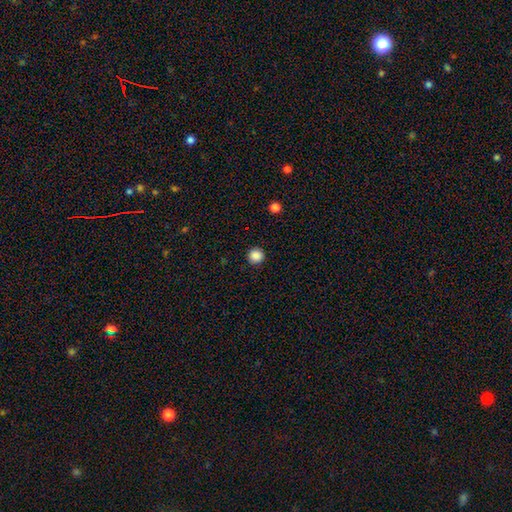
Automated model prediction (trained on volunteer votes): Smooth or featured: smooth — 88% (star or artifact — 10%)
How rounded: round — 95% (in between — 4%)
Merging: none — 93% (minor disturbance — 5%)